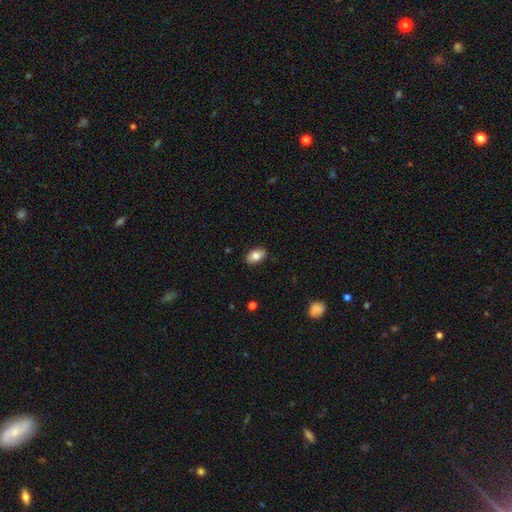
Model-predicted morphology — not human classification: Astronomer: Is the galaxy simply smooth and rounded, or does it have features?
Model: smooth — 81%.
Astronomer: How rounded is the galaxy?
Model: in between — 92%.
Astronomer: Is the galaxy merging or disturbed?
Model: none — 88%.